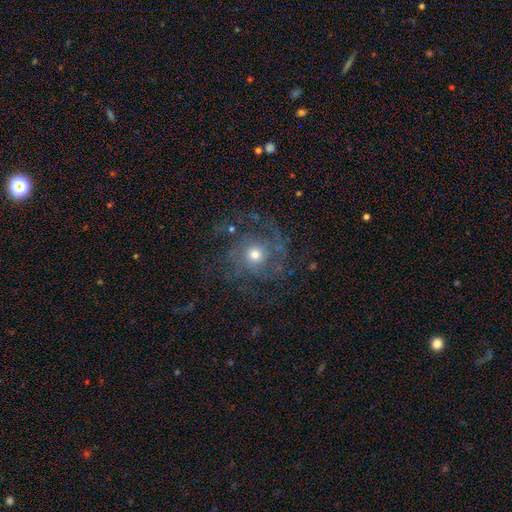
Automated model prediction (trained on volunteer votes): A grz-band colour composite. It shows a featured or disk galaxy (73%) with no bar (81%), tight (46%) spiral arms (89%) and a moderate central bulge (65%). Merging: none (69%).